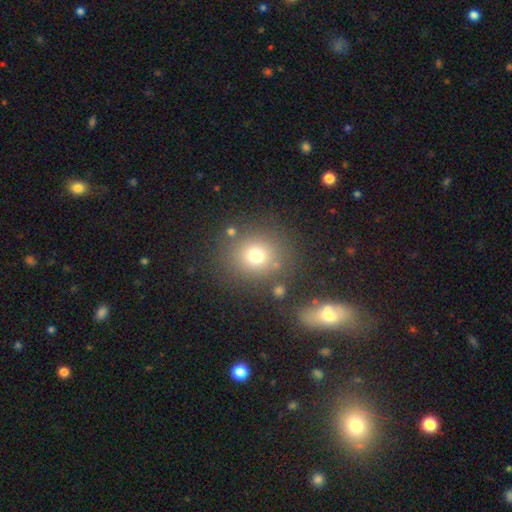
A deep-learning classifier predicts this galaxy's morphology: Smooth or featured: smooth — 72% (star or artifact — 17%)
How rounded: round — 82% (in between — 17%)
Merging: none — 79% (minor disturbance — 10%)